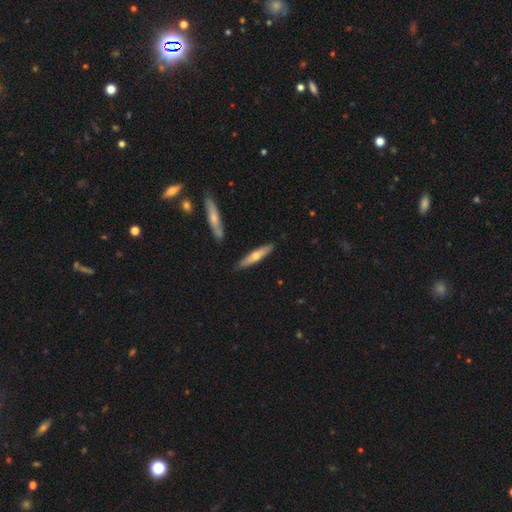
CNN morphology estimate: smooth_or_featured: smooth (p=0.47) [tied with: featured or disk p=0.47]
merging: none (p=0.86) [alt: minor disturbance p=0.09]